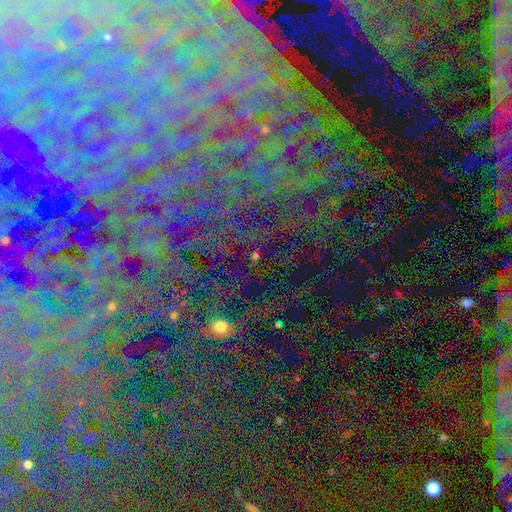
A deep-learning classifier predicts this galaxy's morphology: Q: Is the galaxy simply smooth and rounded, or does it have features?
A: star or artifact — 75%.